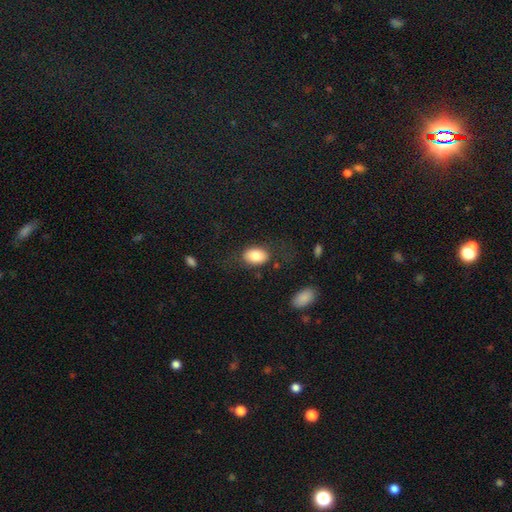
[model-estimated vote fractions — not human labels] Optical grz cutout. It shows a smooth galaxy with no disk features (83%) that is in between round and cigar-shaped (87%). Merging: none (73%).